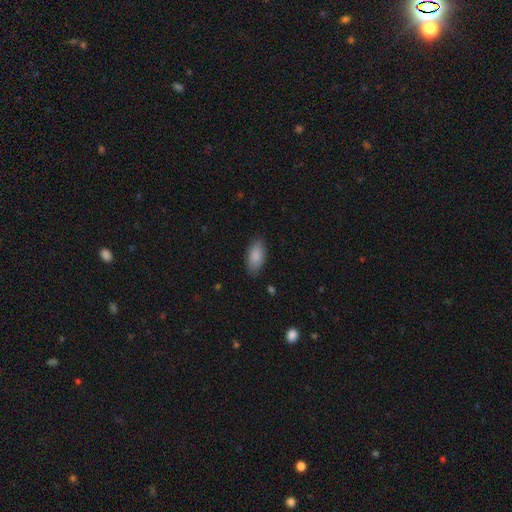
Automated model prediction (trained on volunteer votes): Overall: smooth (88%). How rounded: in between (92%). Merging: none (85%).